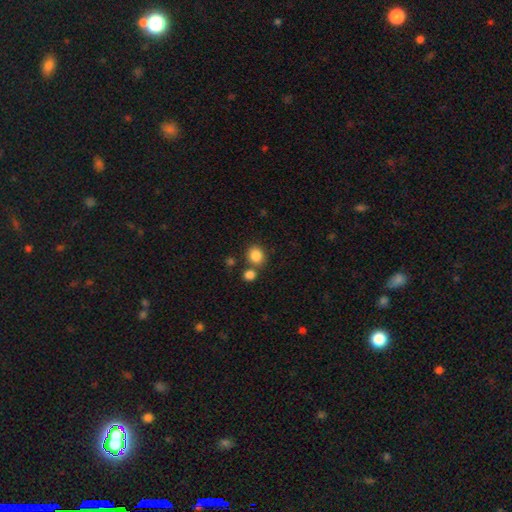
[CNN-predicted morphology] A smooth galaxy with no disk features (85%) that is round (78%). Merging: none (70%).